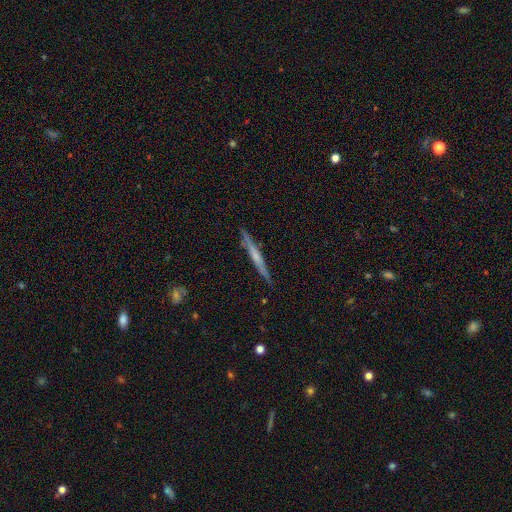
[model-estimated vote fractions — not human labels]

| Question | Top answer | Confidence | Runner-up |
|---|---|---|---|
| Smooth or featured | featured or disk | 58% | smooth (36%) |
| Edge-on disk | yes | 96% | no (4%) |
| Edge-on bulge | none | 57% | rounded (33%) |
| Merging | none | 87% | minor disturbance (10%) |